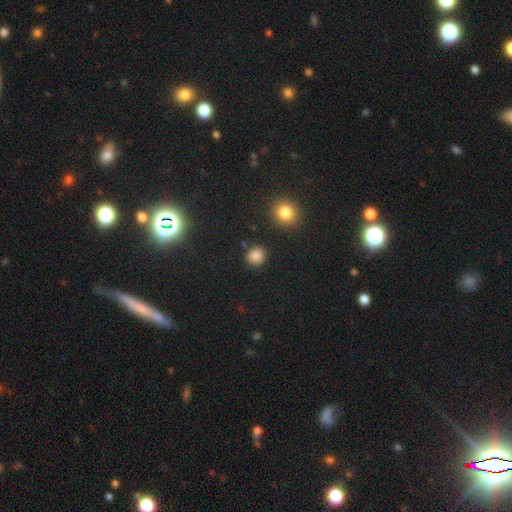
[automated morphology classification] Smooth or featured? smooth (84%)
How rounded? round (85%)
Merging? none (87%)